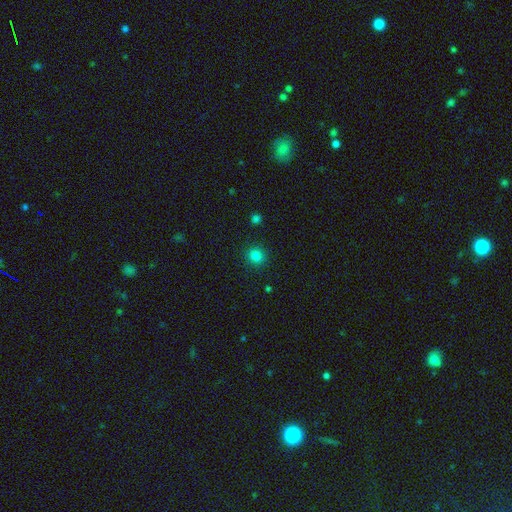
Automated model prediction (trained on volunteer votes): Smooth or featured? smooth (81%)
How rounded? round (91%)
Merging? none (91%)